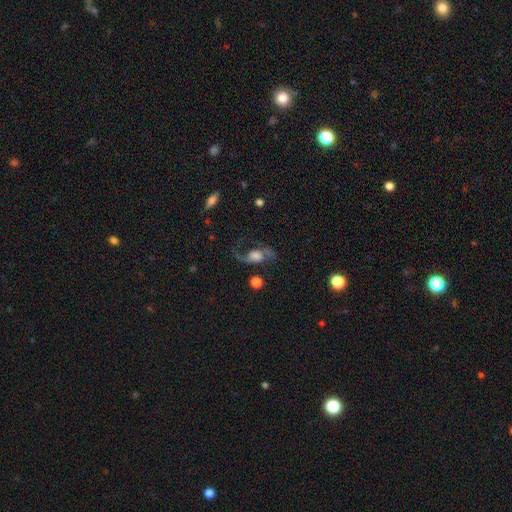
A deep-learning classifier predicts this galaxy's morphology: This appears to be a featured or disk galaxy (73%) with no bar (58%), 2 (87%) loose (71%) spiral arms (92%) and a large central bulge (40%). Merging: none (61%).